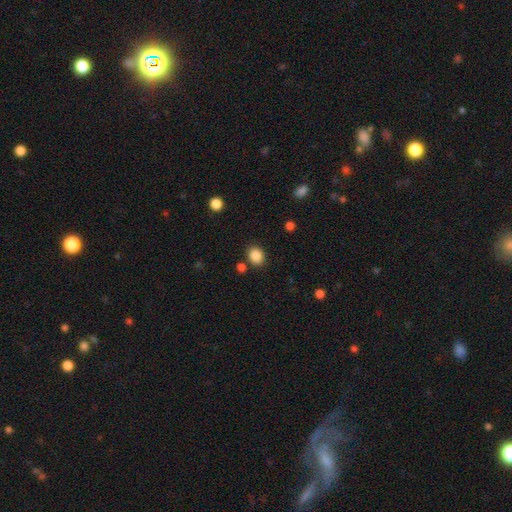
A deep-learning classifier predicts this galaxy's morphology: Overall: smooth (87%). How rounded: round (57%; in between 42%). Merging: none (83%).